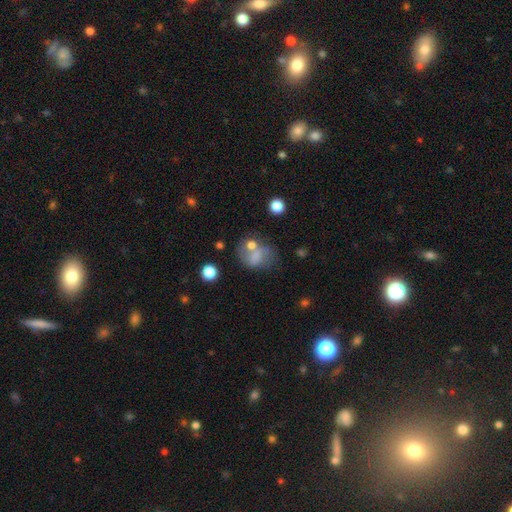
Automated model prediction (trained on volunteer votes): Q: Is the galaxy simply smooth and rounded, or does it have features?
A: smooth — 62%.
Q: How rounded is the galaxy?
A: round — 50%.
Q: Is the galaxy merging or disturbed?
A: none — 39%.